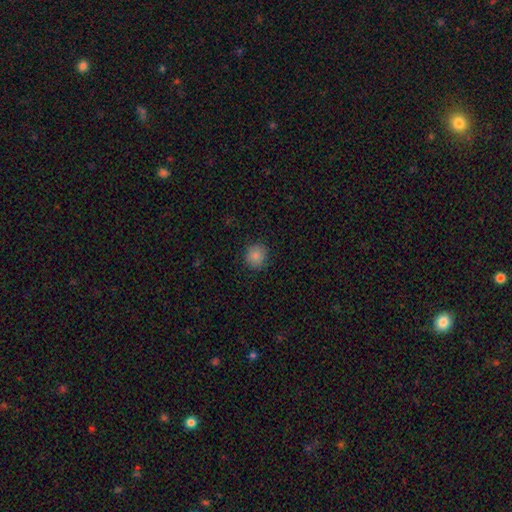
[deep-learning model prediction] Q: Smooth or featured?
A: smooth (85%); runner-up: star or artifact (10%)
Q: How rounded?
A: round (86%); runner-up: in between (13%)
Q: Merging?
A: none (88%); runner-up: minor disturbance (9%)